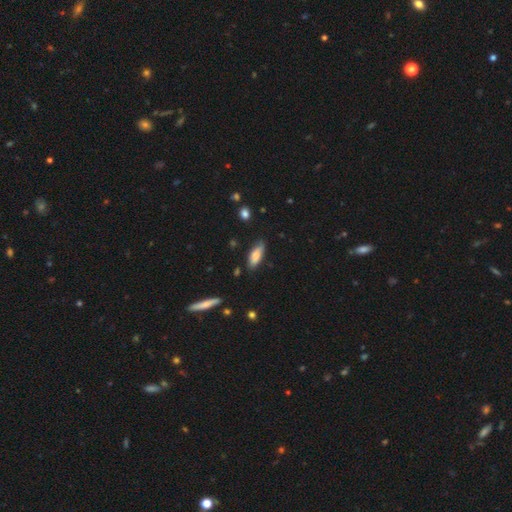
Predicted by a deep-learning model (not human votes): A smooth galaxy with no disk features (76%) that is in between round and cigar-shaped (69%). Merging: none (72%).